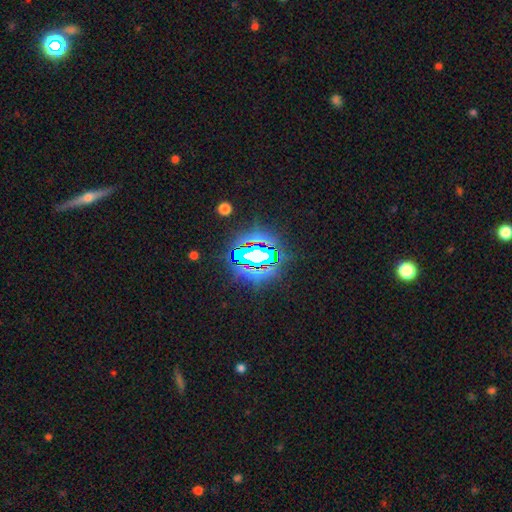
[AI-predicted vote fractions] smooth-or-featured: star or artifact: 72% | smooth: 16% | featured or disk: 12%